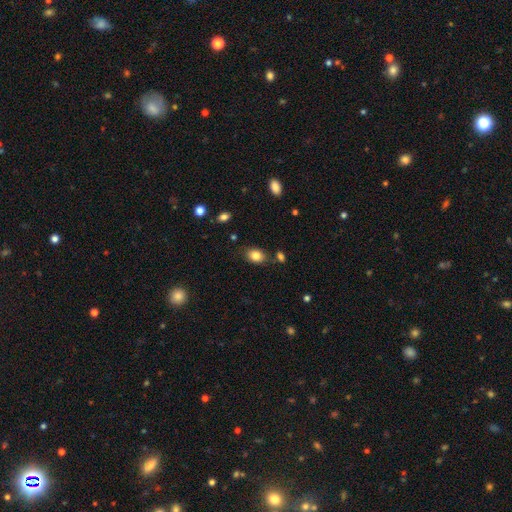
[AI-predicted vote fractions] Smooth or featured: smooth — 84% (star or artifact — 9%)
How rounded: in between — 74% (round — 24%)
Merging: none — 76% (minor disturbance — 14%)